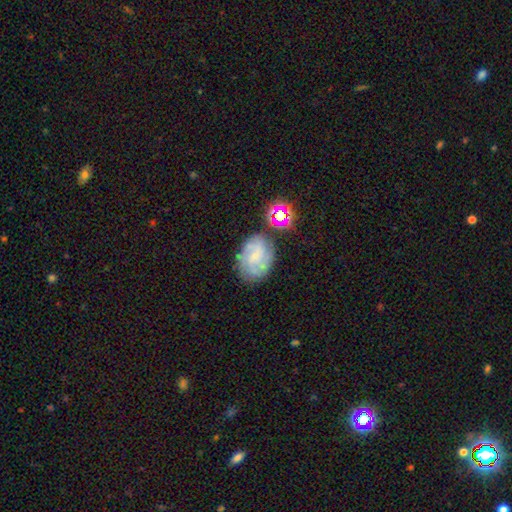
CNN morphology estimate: Smooth or featured? featured or disk (60%)
Edge-on disk? no (97%)
Bar? no (64%)
Spiral arms? yes (84%)
Bulge size? small (69%)
Merging? none (67%)